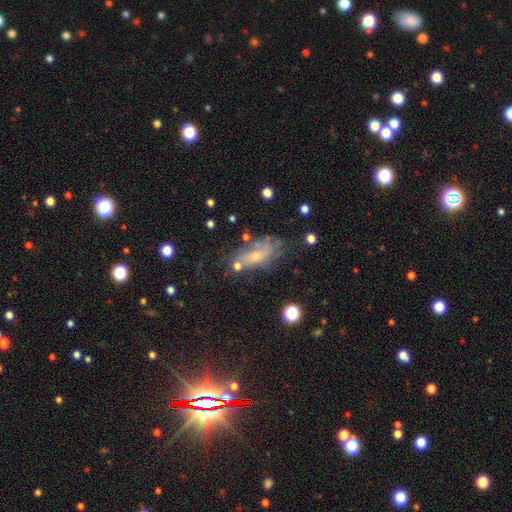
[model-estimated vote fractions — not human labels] Smooth or featured? Predicted: featured or disk (p=0.47). Merging? Predicted: none (p=0.47).